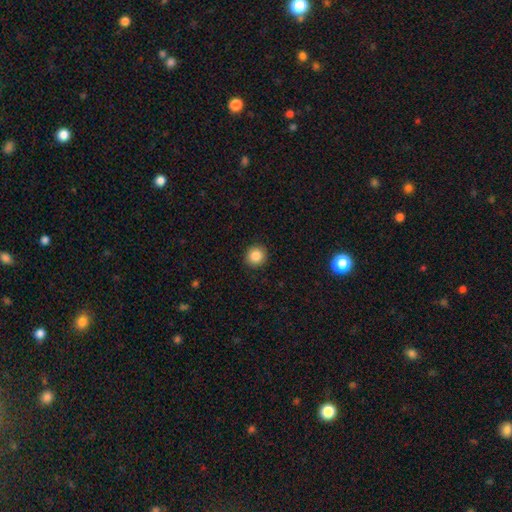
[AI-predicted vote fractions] Smooth or featured? Predicted: smooth (p=0.85). How rounded? Predicted: round (p=0.92). Merging? Predicted: none (p=0.92).